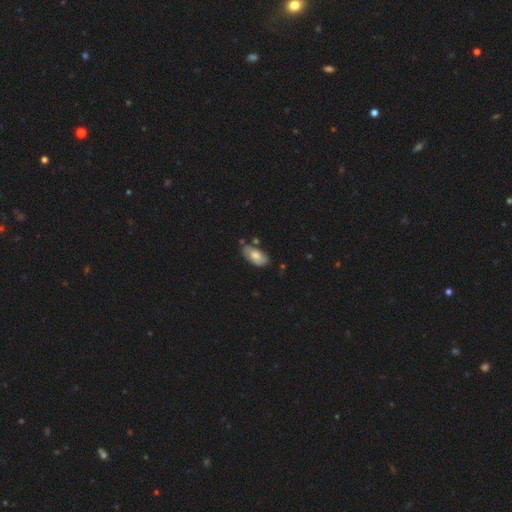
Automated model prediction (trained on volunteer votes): Morphology: type=smooth (66%); roundness=in between (93%); merging=none (65%).